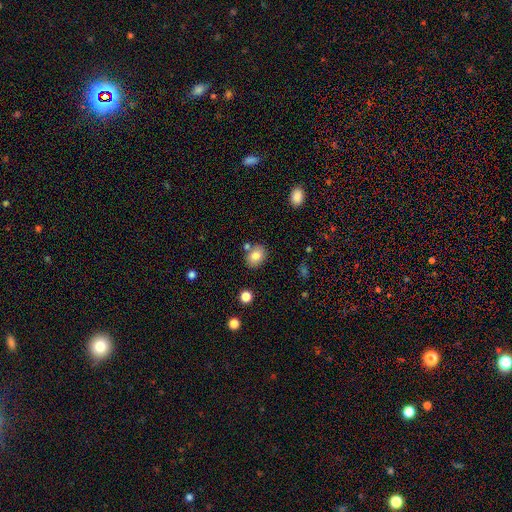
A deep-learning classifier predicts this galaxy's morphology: Smooth or featured?
  - smooth: 81% *
  - featured or disk: 10%
  - star or artifact: 9%
How rounded?
  - in between: 59% *
  - round: 40%
  - cigar-shaped: 1%
Merging?
  - none: 74% *
  - minor disturbance: 12%
  - merger: 10%
  - major disturbance: 3%